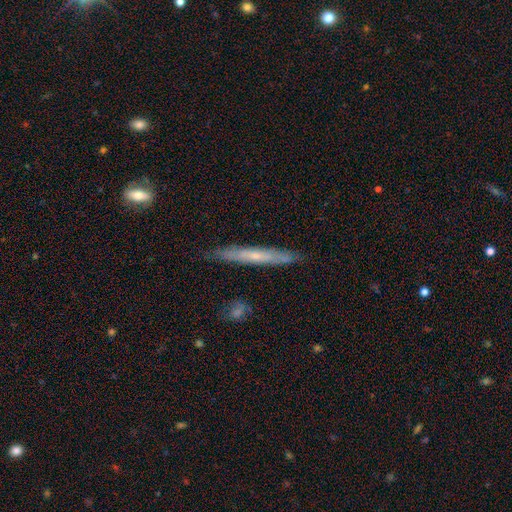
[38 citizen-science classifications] featured or disk 55%, smooth 45%, star or artifact 0%. Down the decision tree: edge-on disk — yes (95%); edge-on bulge — rounded (65%); merging — none (87%).